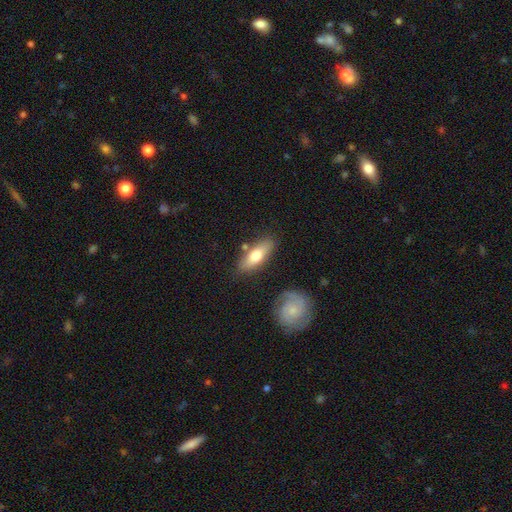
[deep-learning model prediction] The model was most divided on "how rounded": in between: 63%, cigar-shaped: 35%, round: 3%. More confident: merging — none (77%); smooth or featured — smooth (67%).